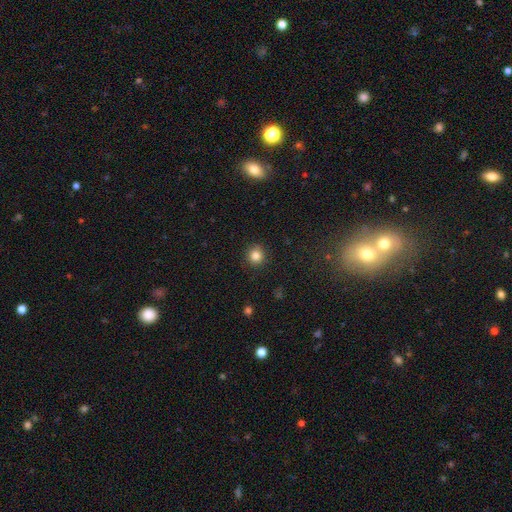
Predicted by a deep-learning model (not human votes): Overall: smooth (84%). How rounded: round (92%). Merging: none (90%).